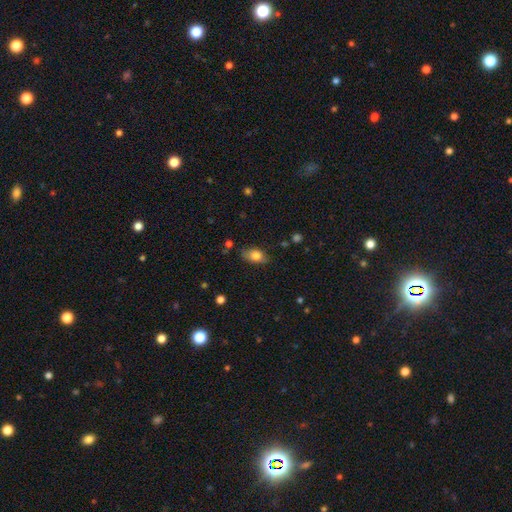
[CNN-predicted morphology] Smooth or featured?
  - smooth: 80% *
  - featured or disk: 12%
  - star or artifact: 8%
How rounded?
  - in between: 84% *
  - round: 13%
  - cigar-shaped: 3%
Merging?
  - none: 74% *
  - minor disturbance: 20%
  - major disturbance: 4%
  - merger: 2%